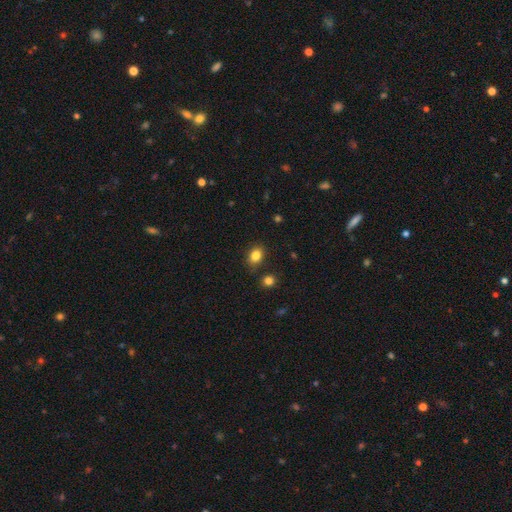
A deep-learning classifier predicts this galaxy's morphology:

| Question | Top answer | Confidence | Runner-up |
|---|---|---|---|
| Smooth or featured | smooth | 84% | star or artifact (10%) |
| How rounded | in between | 60% | round (39%) |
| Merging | none | 82% | minor disturbance (12%) |